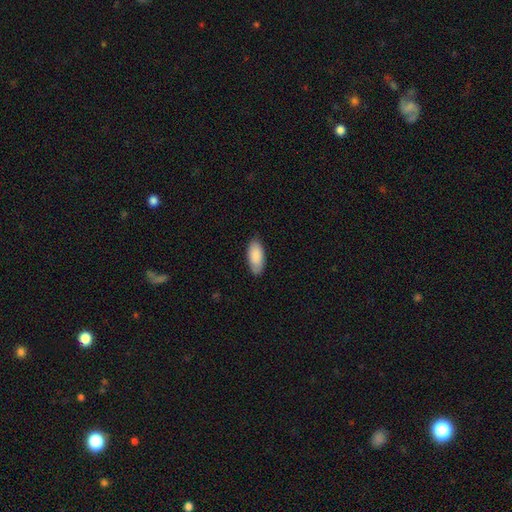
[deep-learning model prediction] Smooth or featured?
  - smooth: 89% *
  - featured or disk: 6%
  - star or artifact: 5%
How rounded?
  - in between: 90% *
  - cigar-shaped: 9%
  - round: 2%
Merging?
  - none: 85% *
  - minor disturbance: 12%
  - major disturbance: 2%
  - merger: 1%